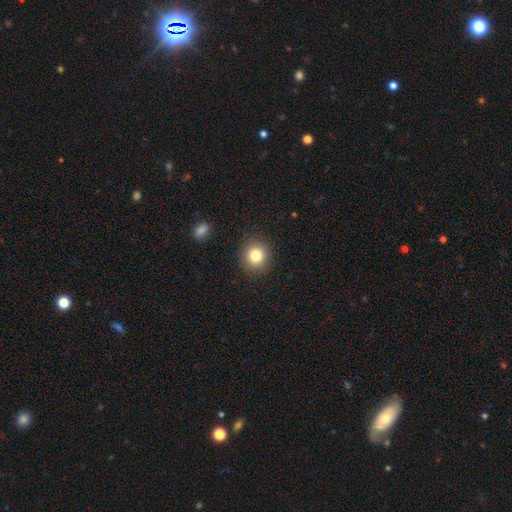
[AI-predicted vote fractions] The model was most divided on "smooth or featured": smooth: 81%, star or artifact: 11%, featured or disk: 7%. More confident: merging — none (89%); how rounded — round (85%).